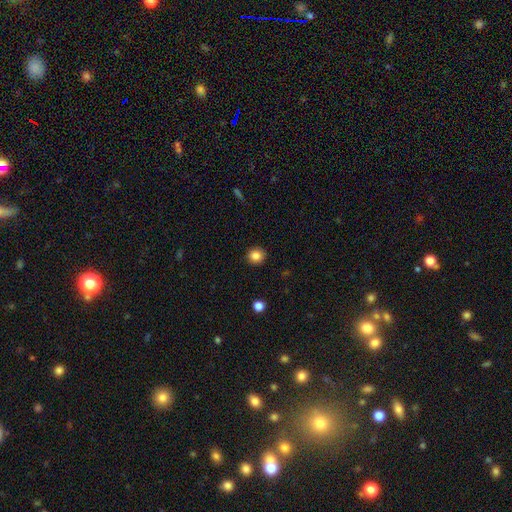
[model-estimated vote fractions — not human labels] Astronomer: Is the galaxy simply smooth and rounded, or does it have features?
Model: smooth — 84%.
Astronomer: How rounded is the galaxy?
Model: round — 90%.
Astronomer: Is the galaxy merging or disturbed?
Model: none — 91%.